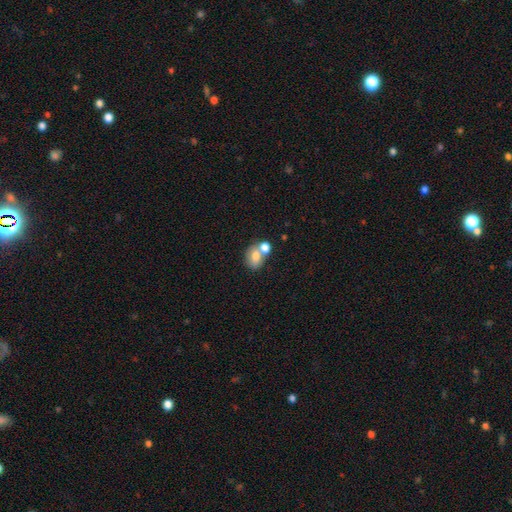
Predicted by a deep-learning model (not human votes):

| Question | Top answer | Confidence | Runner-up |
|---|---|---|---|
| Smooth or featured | smooth | 74% | featured or disk (17%) |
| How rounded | in between | 64% | round (35%) |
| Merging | merger | 47% | none (37%) |